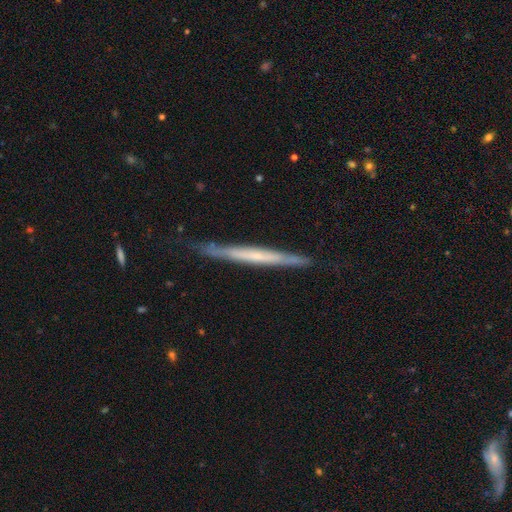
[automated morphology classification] A featured or disk galaxy (60%) viewed edge-on (96%) with no central bulge (77%).

Vote fractions:
- Smooth or featured? featured or disk: 60% / smooth: 34% / star or artifact: 6%
- Edge-on disk? yes: 96% / no: 4%
- Edge-on bulge? none: 77% / rounded: 17% / boxy: 7%
- Merging? none: 84% / minor disturbance: 12% / major disturbance: 2% / merger: 1%